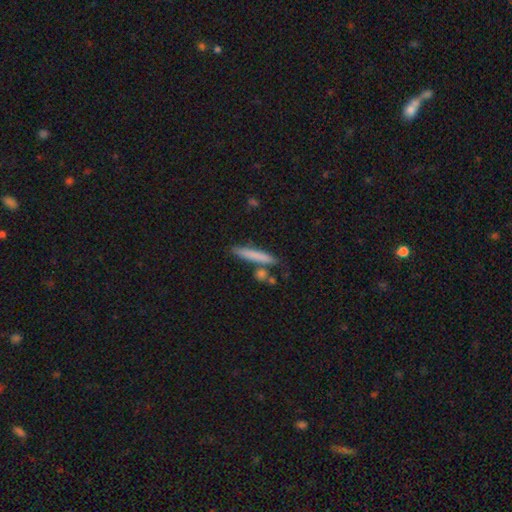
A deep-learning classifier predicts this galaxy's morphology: Smooth or featured?
  - smooth: 75% *
  - featured or disk: 19%
  - star or artifact: 6%
How rounded?
  - cigar-shaped: 93% *
  - in between: 6%
  - round: 2%
Merging?
  - none: 75% *
  - minor disturbance: 12%
  - merger: 9%
  - major disturbance: 3%